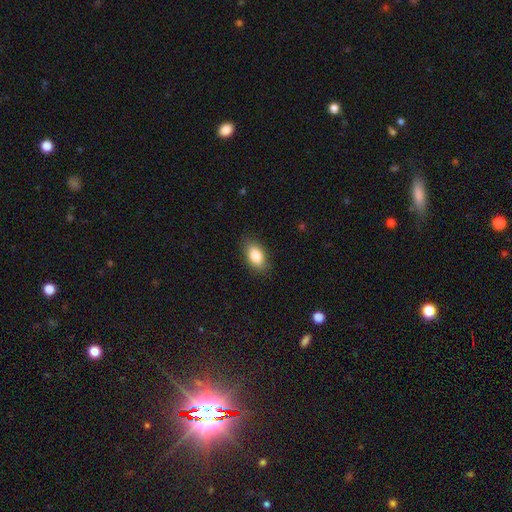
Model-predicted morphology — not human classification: type=smooth (84%); roundness=in between (90%); merging=none (85%).